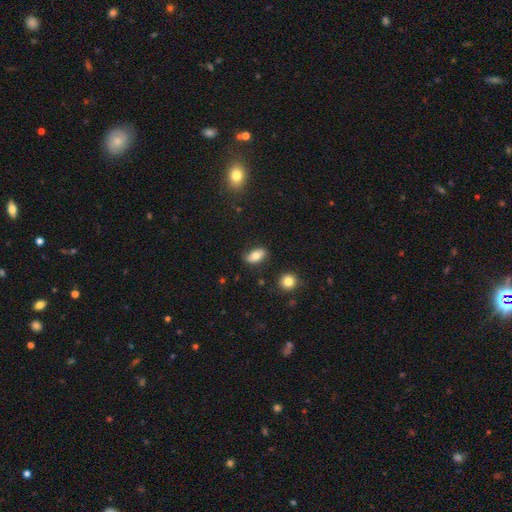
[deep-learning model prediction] Overall: smooth (76%). How rounded: in between (90%). Merging: none (81%).